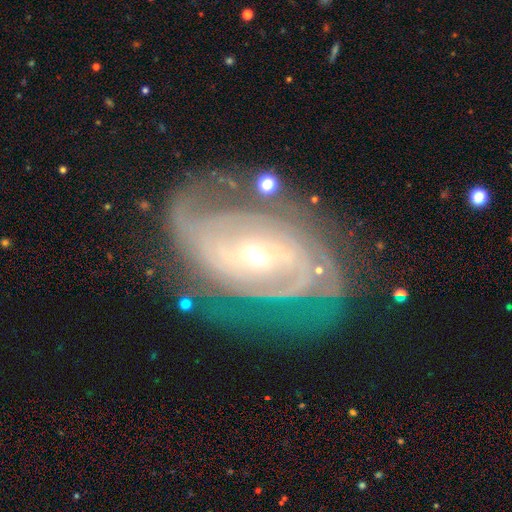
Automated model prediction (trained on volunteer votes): This is clearly a featured or disk galaxy (88%). It is clearly not viewed edge-on (96%). Bar: marginally no (43%). Spiral arm pattern: clearly yes (94%). Spiral arm count: marginally 2 (43%). Spiral winding: possibly tight (58%). Central bulge: likely small (66%). Merging: likely none (66%).